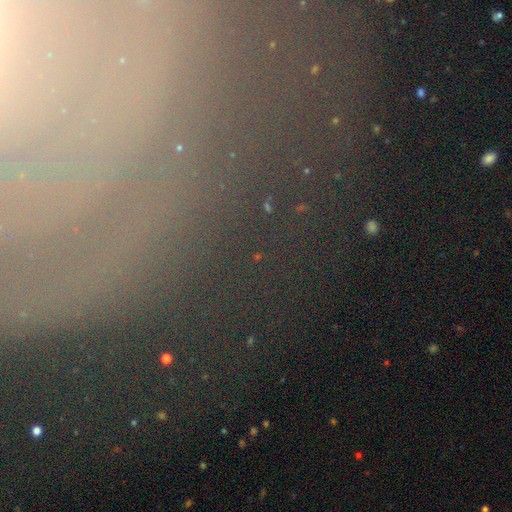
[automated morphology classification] Q: Smooth or featured?
A: star or artifact (55%); runner-up: featured or disk (26%)